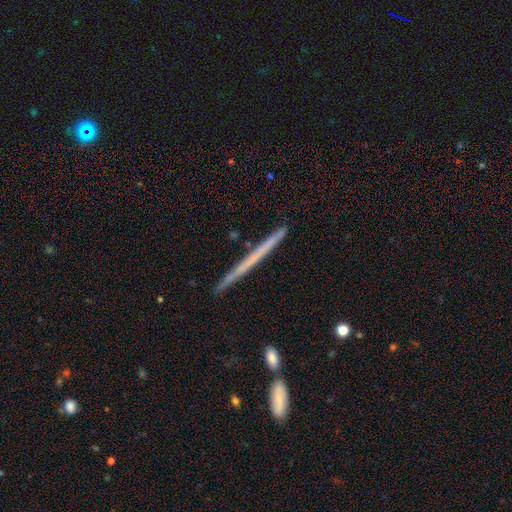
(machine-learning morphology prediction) featured or disk 53%, smooth 41%, star or artifact 6%. Down the decision tree: edge-on disk — yes (97%); edge-on bulge — none (92%); merging — none (89%).